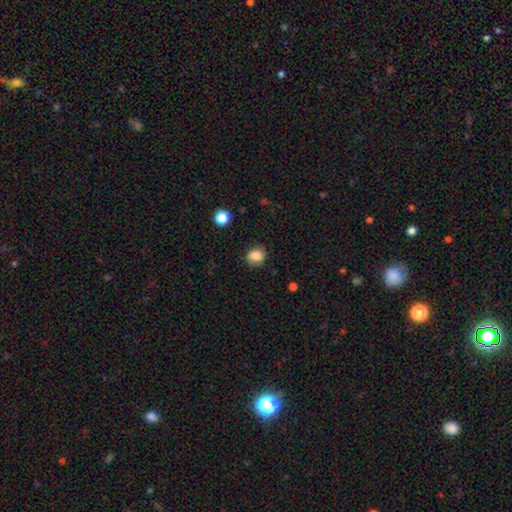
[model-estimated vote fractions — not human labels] Smooth or featured? Predicted: smooth (p=0.83). How rounded? Predicted: round (p=0.63). Merging? Predicted: none (p=0.83).